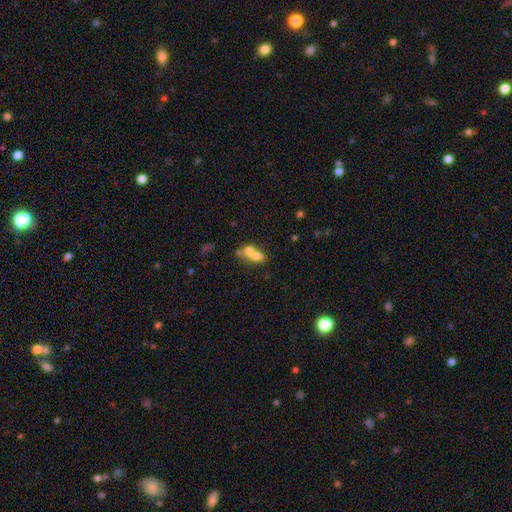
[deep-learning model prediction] This appears to be a smooth galaxy with no disk features (65%) that is in between round and cigar-shaped (61%). Merging: merger (68%).